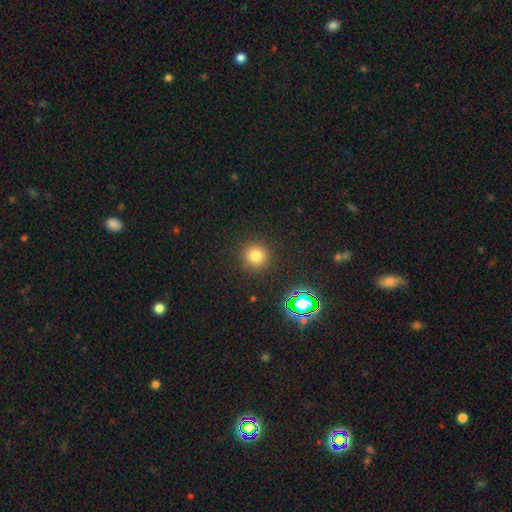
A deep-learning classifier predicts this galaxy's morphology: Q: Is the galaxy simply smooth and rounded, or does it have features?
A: smooth — 77%.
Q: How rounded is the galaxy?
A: round — 95%.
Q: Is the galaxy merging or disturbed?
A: none — 91%.